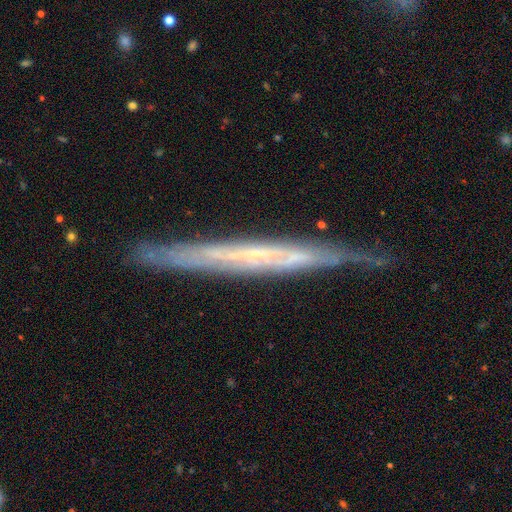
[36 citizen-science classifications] smooth-or-featured: featured or disk: 75% | smooth: 22% | star or artifact: 3%
  disk-edge-on: yes: 78% | no: 22%
    edge-on-bulge: none: 90% | boxy: 5% | rounded: 5%
  merging: none: 80% | minor disturbance: 17% | major disturbance: 3% | merger: 0%